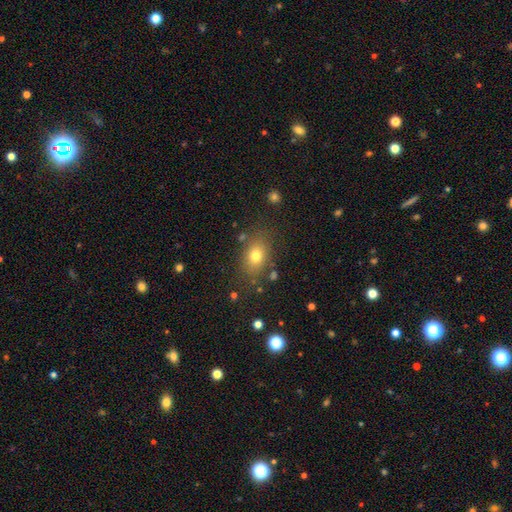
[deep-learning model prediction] Smooth or featured? Predicted: smooth (p=0.75). How rounded? Predicted: in between (p=0.70). Merging? Predicted: none (p=0.78).